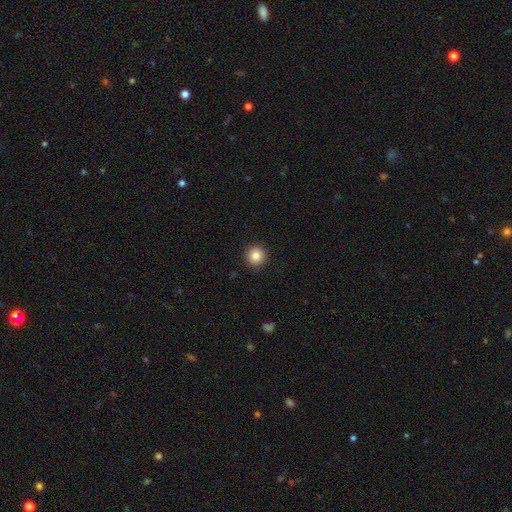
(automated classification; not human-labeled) Smooth or featured? Predicted: smooth (p=0.84). How rounded? Predicted: round (p=0.94). Merging? Predicted: none (p=0.92).